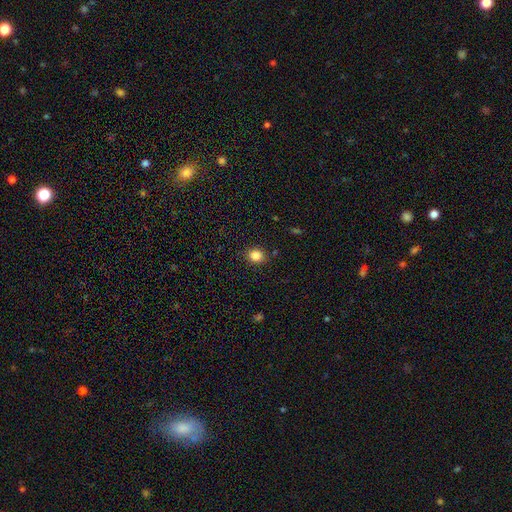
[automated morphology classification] The model was most divided on "how rounded": round: 69%, in between: 30%, cigar-shaped: 1%. More confident: merging — none (88%); smooth or featured — smooth (84%).